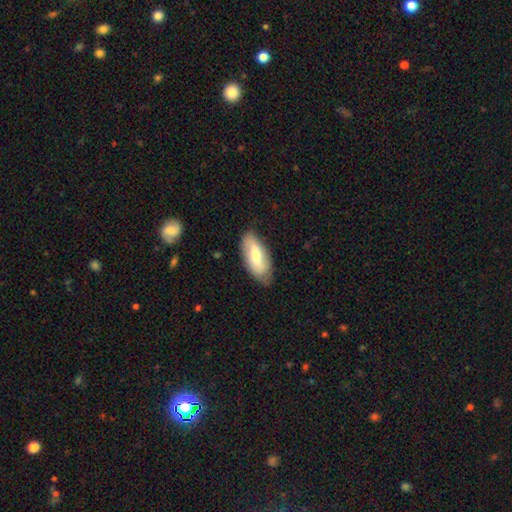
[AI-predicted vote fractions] Smooth or featured?
  - smooth: 60% *
  - featured or disk: 35%
  - star or artifact: 6%
How rounded?
  - in between: 86% *
  - cigar-shaped: 11%
  - round: 2%
Merging?
  - none: 75% *
  - minor disturbance: 19%
  - major disturbance: 4%
  - merger: 1%